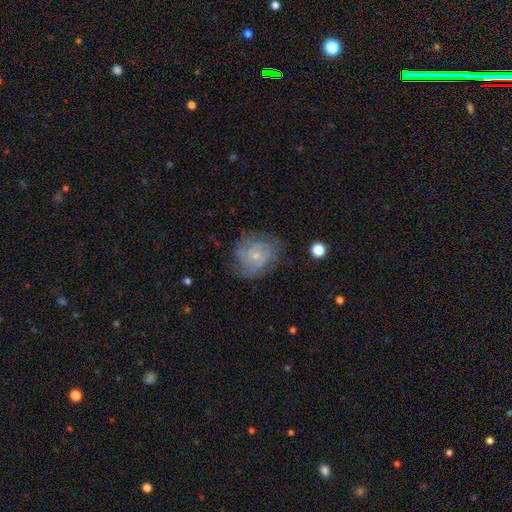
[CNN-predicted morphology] Overall: featured or disk (70%). Edge-on disk: no (98%). Bar: no (74%). Spiral arms: yes (86%). Spiral arm count: can't tell (40%; 2 24%). Spiral winding: tight (53%; medium 36%). Bulge size: small (77%). Merging: none (65%).